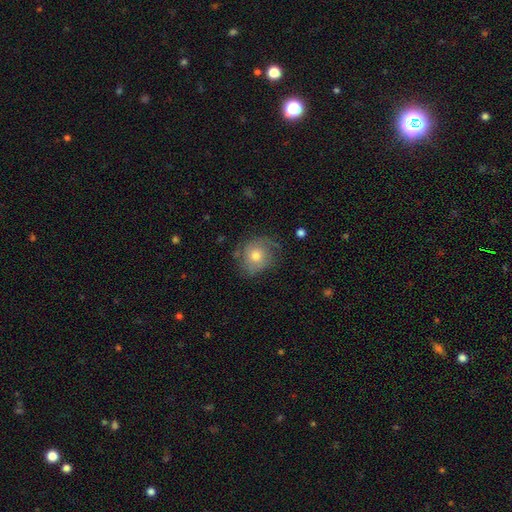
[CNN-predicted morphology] type=smooth (48%); merging=none (64%).